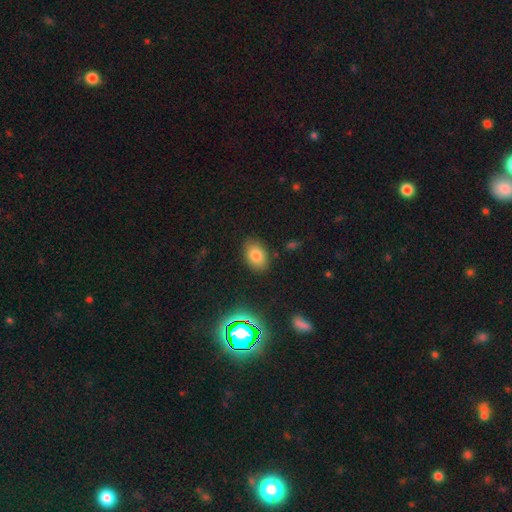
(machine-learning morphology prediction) Smooth or featured? Predicted: smooth (p=0.79). How rounded? Predicted: in between (p=0.83). Merging? Predicted: none (p=0.84).